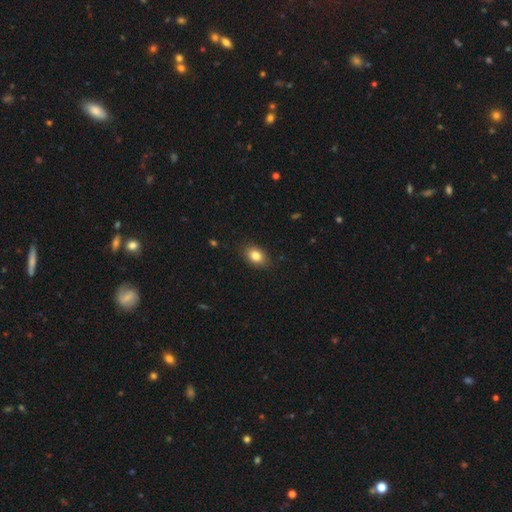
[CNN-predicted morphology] Smooth or featured: smooth — 84% (star or artifact — 9%)
How rounded: in between — 78% (round — 20%)
Merging: none — 87% (minor disturbance — 10%)